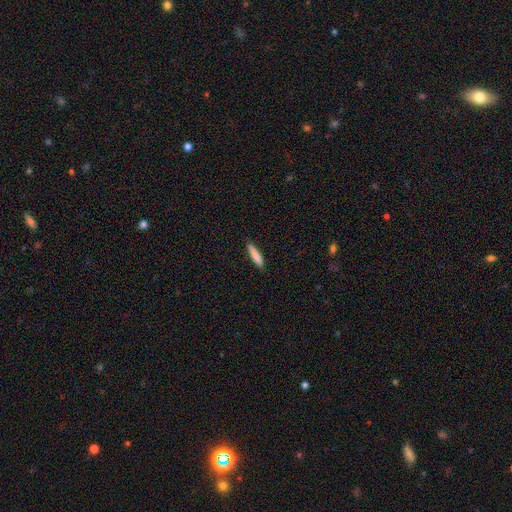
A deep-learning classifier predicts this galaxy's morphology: A smooth galaxy with no disk features (84%) that is cigar-shaped (86%).

Vote fractions:
- Smooth or featured? smooth: 84% / featured or disk: 10% / star or artifact: 6%
- How rounded? cigar-shaped: 86% / in between: 13% / round: 1%
- Merging? none: 88% / minor disturbance: 9% / major disturbance: 2% / merger: 1%